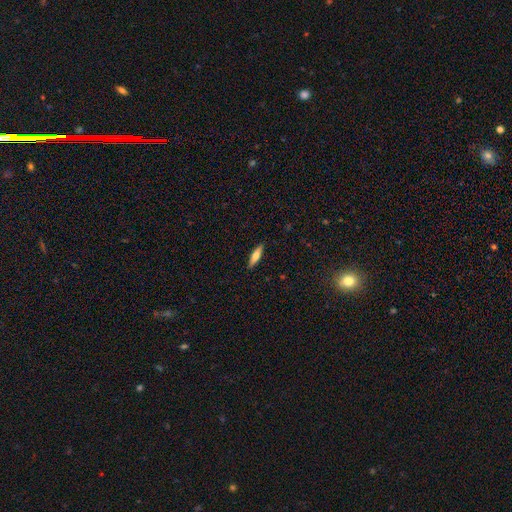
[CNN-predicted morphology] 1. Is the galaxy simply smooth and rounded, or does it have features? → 68% smooth, 26% featured or disk, 6% star or artifact.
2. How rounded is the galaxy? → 63% cigar-shaped, 35% in between, 2% round.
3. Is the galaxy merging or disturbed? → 89% none, 8% minor disturbance, 2% major disturbance, 1% merger.